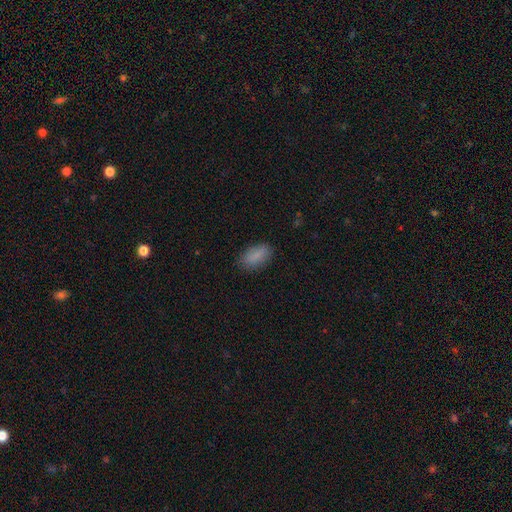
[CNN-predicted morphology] Smooth or featured? smooth (86%)
How rounded? in between (90%)
Merging? none (82%)